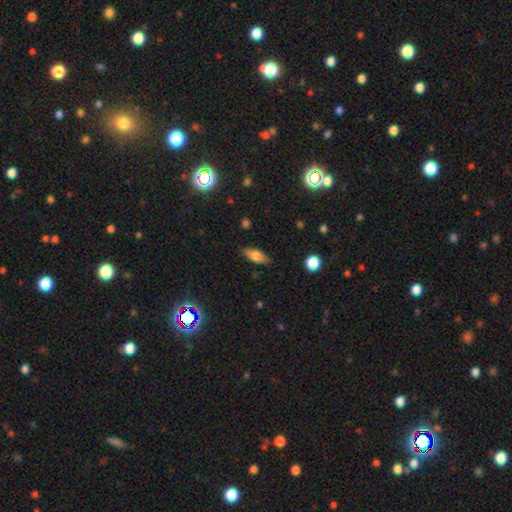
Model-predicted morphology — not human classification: A smooth galaxy with no disk features (71%) that is in between round and cigar-shaped (75%).

Vote fractions:
- Smooth or featured? smooth: 71% / featured or disk: 20% / star or artifact: 9%
- How rounded? in between: 75% / cigar-shaped: 21% / round: 4%
- Merging? none: 84% / minor disturbance: 12% / major disturbance: 3% / merger: 1%